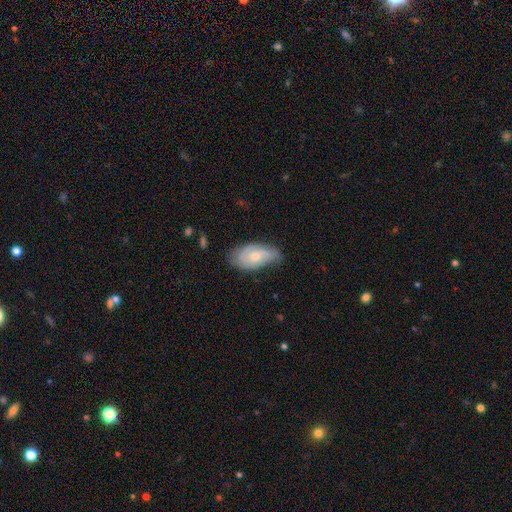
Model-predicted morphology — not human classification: Smooth or featured? featured or disk (55%)
Edge-on disk? no (93%)
Bar? no (72%)
Spiral arms? yes (84%)
Bulge size? small (49%)
Merging? none (59%)